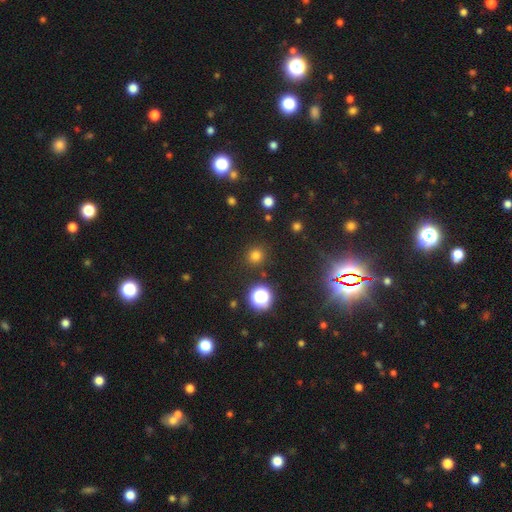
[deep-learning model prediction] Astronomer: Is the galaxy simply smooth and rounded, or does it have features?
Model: smooth — 73%.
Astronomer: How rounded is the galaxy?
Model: round — 91%.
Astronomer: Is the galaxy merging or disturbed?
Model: none — 89%.